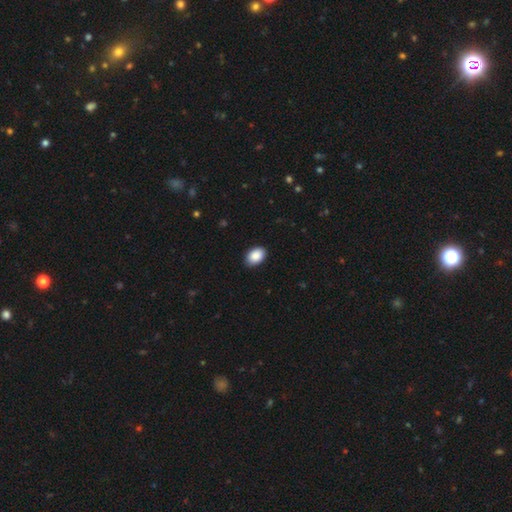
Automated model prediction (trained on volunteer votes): Smooth or featured? smooth (90%)
How rounded? in between (86%)
Merging? none (88%)